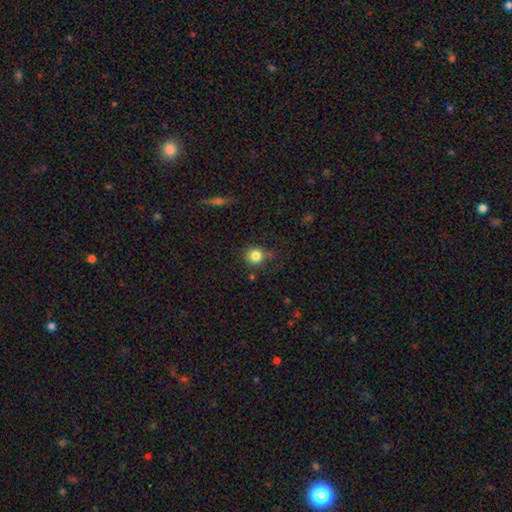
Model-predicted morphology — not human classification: smooth 83%, star or artifact 11%, featured or disk 7%. Down the decision tree: how rounded — round (87%); merging — none (73%).